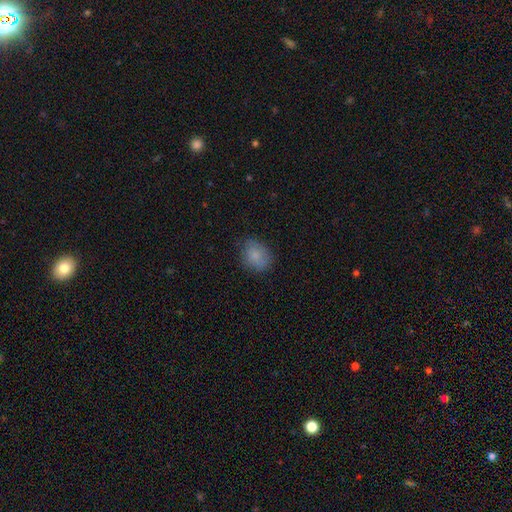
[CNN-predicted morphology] Smooth or featured: smooth — 83% (featured or disk — 9%)
How rounded: round — 50% (in between — 49%)
Merging: none — 75% (minor disturbance — 19%)